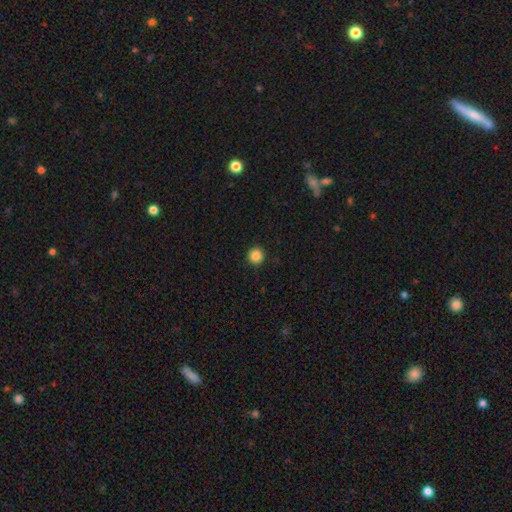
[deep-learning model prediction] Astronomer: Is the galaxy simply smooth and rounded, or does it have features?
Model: smooth — 86%.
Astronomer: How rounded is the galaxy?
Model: round — 96%.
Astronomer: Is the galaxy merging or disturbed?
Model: none — 92%.